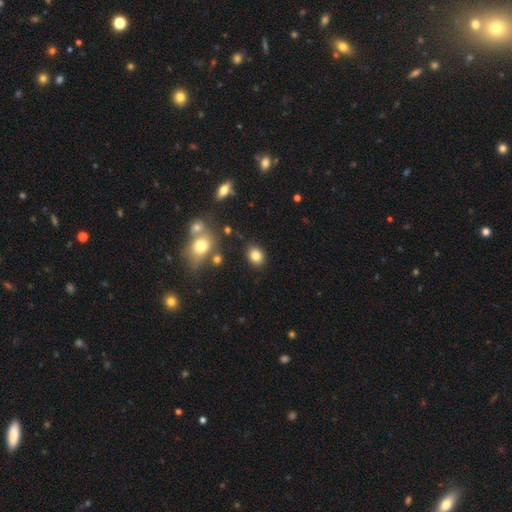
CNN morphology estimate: A smooth galaxy with no disk features (82%) that is round (56%).

Vote fractions:
- Smooth or featured? smooth: 82% / star or artifact: 11% / featured or disk: 7%
- How rounded? round: 56% / in between: 43% / cigar-shaped: 1%
- Merging? none: 85% / minor disturbance: 9% / merger: 4% / major disturbance: 3%